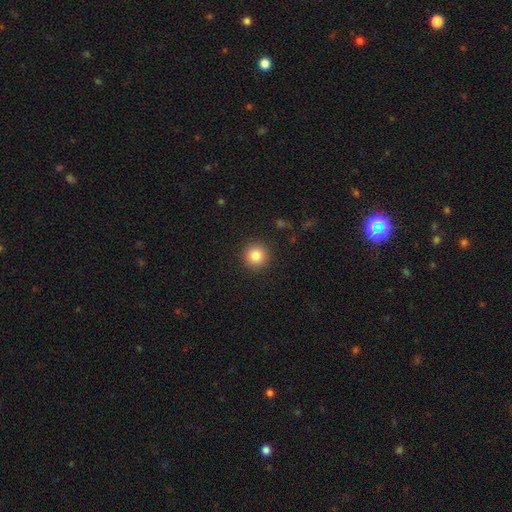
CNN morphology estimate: A smooth galaxy with no disk features (84%) that is round (95%). Merging: none (91%).